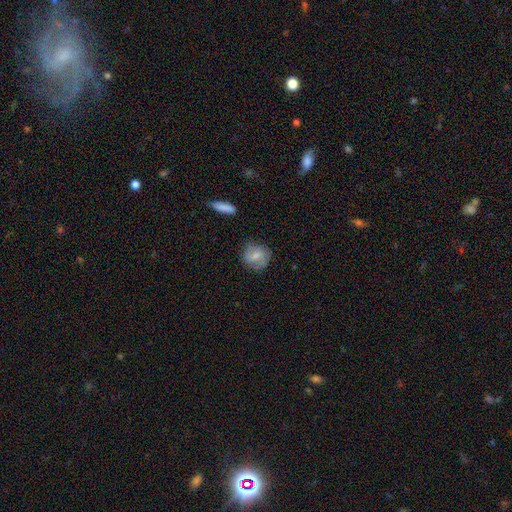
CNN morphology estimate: Smooth or featured? Predicted: smooth (p=0.68). How rounded? Predicted: round (p=0.78). Merging? Predicted: none (p=0.74).